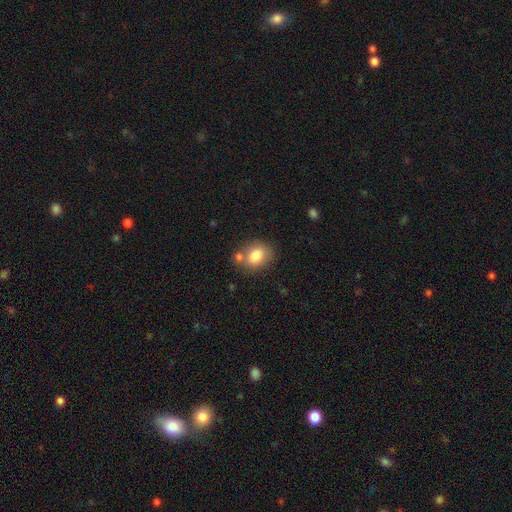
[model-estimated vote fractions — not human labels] Smooth or featured?
  - smooth: 81% *
  - featured or disk: 10%
  - star or artifact: 9%
How rounded?
  - in between: 56% *
  - round: 43%
  - cigar-shaped: 1%
Merging?
  - none: 62% *
  - merger: 19%
  - minor disturbance: 15%
  - major disturbance: 5%